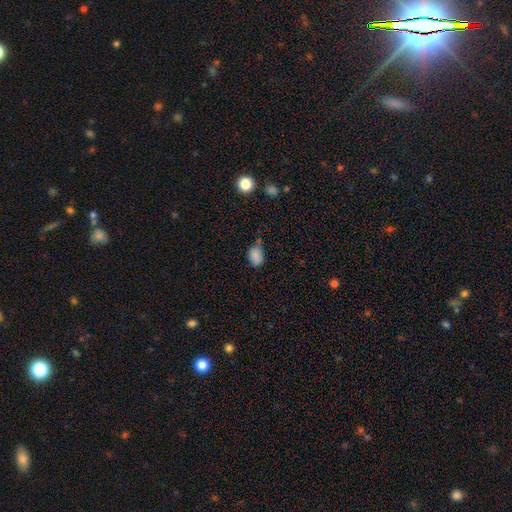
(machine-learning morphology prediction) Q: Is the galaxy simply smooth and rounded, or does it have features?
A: smooth — 85%.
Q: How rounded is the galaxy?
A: in between — 79%.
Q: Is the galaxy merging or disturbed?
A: none — 56%.